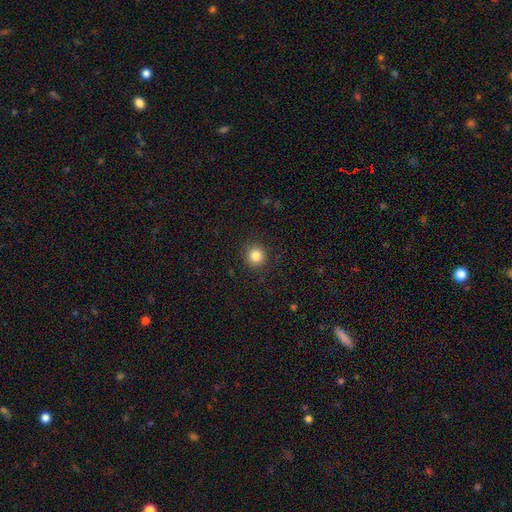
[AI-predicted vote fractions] Smooth or featured?
  - smooth: 84% *
  - star or artifact: 11%
  - featured or disk: 5%
How rounded?
  - round: 93% *
  - in between: 6%
  - cigar-shaped: 1%
Merging?
  - none: 91% *
  - minor disturbance: 6%
  - major disturbance: 2%
  - merger: 1%